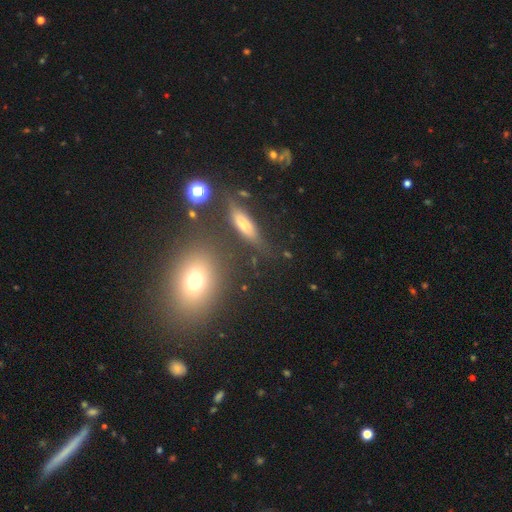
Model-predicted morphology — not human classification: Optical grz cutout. It shows a smooth galaxy with no disk features (40%). Merging: none (76%).